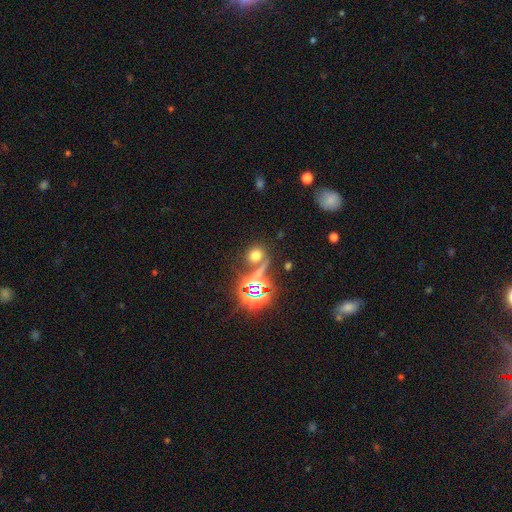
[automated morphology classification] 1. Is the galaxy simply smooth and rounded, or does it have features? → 53% smooth, 38% star or artifact, 9% featured or disk.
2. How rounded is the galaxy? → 79% round, 19% in between, 2% cigar-shaped.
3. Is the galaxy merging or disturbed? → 70% none, 14% merger, 9% minor disturbance, 6% major disturbance.